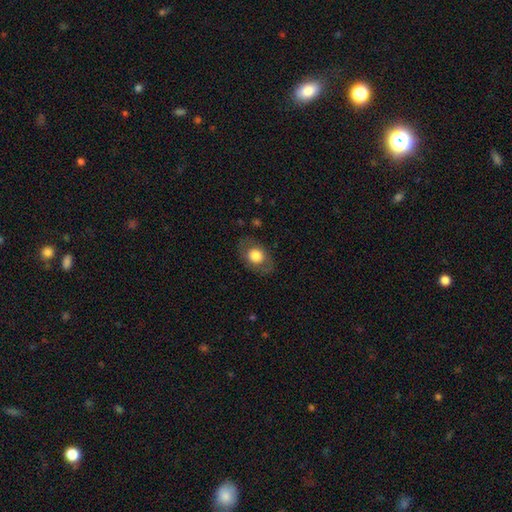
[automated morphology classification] smooth 69%, featured or disk 24%, star or artifact 7%. Down the decision tree: how rounded — in between (65%); merging — none (79%).